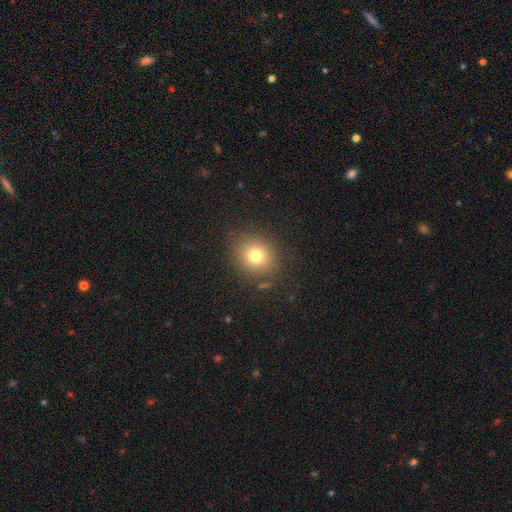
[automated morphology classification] A smooth galaxy with no disk features (76%) that is round (78%). Merging: none (85%).